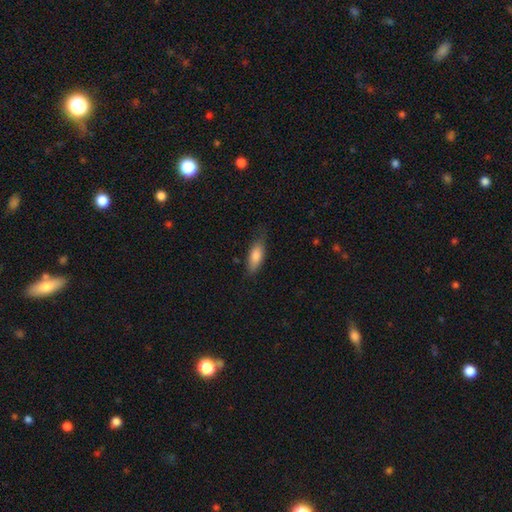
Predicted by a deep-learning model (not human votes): Smooth or featured?
  - smooth: 79% *
  - featured or disk: 14%
  - star or artifact: 7%
How rounded?
  - in between: 68% *
  - cigar-shaped: 30%
  - round: 2%
Merging?
  - none: 70% *
  - minor disturbance: 24%
  - major disturbance: 5%
  - merger: 1%